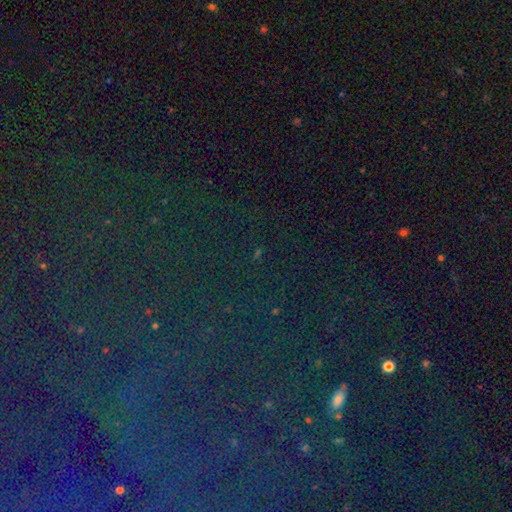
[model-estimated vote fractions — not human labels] Smooth or featured: star or artifact — 80% (smooth — 11%)